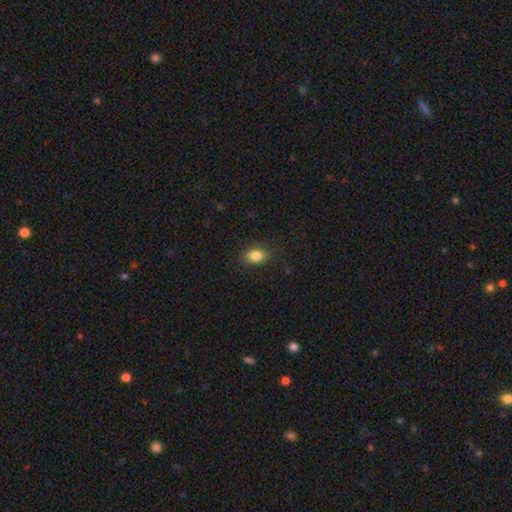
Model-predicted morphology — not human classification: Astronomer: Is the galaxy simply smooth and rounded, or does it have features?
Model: smooth — 84%.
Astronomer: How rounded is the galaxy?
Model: in between — 64%.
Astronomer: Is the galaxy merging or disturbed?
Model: none — 84%.